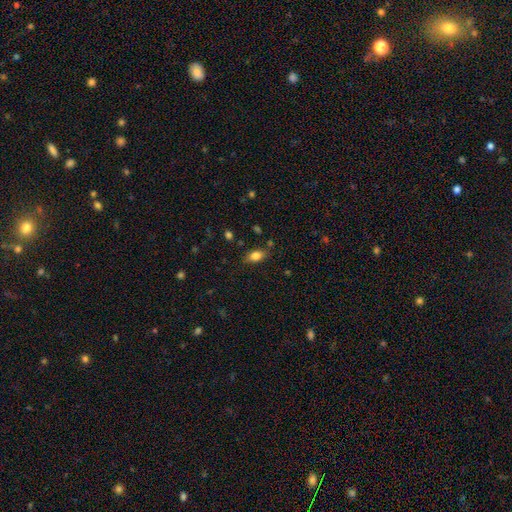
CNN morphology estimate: The model was most divided on "merging": none: 78%, minor disturbance: 15%, major disturbance: 4%, merger: 3%. More confident: how rounded — in between (86%); smooth or featured — smooth (82%).